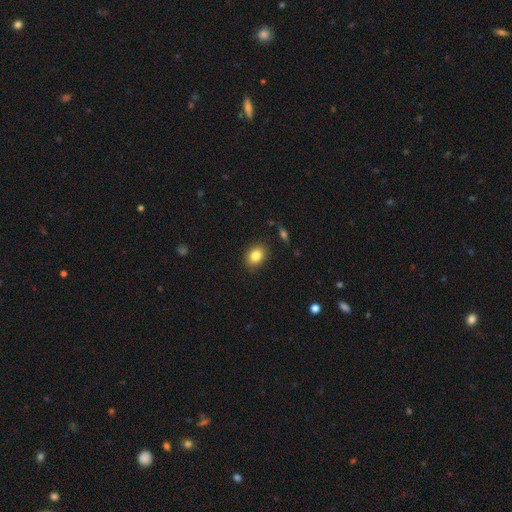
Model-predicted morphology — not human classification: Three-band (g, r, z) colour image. It shows a smooth galaxy with no disk features (83%) that is in between round and cigar-shaped (60%). Merging: none (87%).